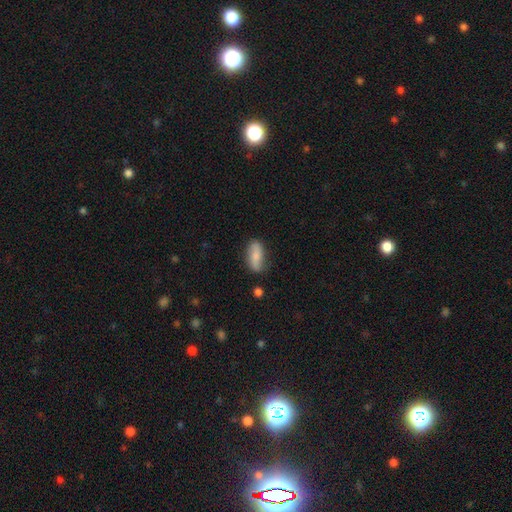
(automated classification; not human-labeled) Morphology: type=smooth (66%); roundness=in between (81%); merging=none (72%).